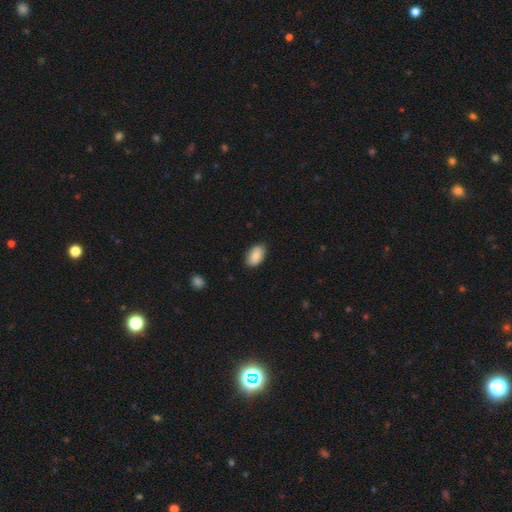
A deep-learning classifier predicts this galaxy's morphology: The model was most divided on "merging": none: 83%, minor disturbance: 14%, major disturbance: 2%, merger: 1%. More confident: how rounded — in between (92%); smooth or featured — smooth (85%).